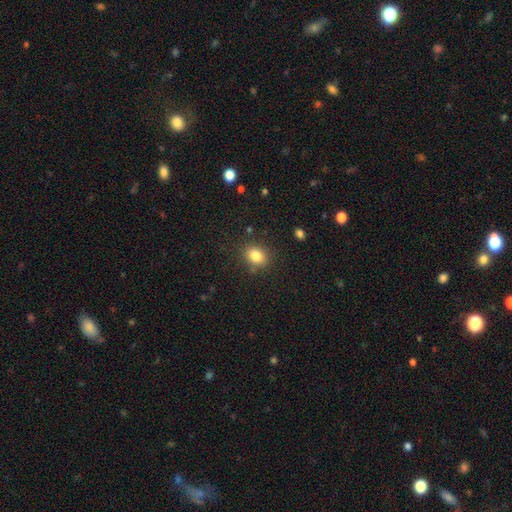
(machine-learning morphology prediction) Smooth or featured? smooth (84%)
How rounded? in between (58%)
Merging? none (83%)